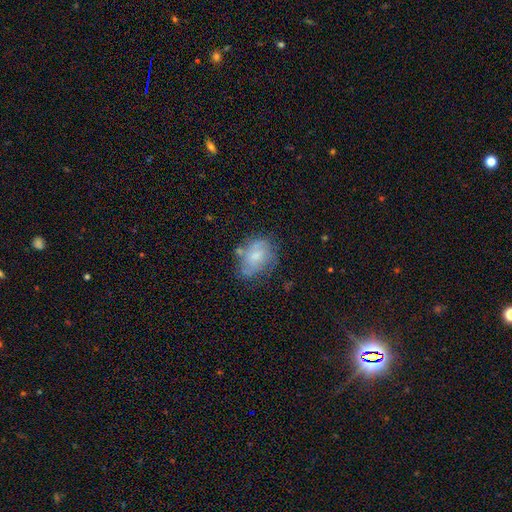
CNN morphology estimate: type=smooth (46%); merging=none (53%).